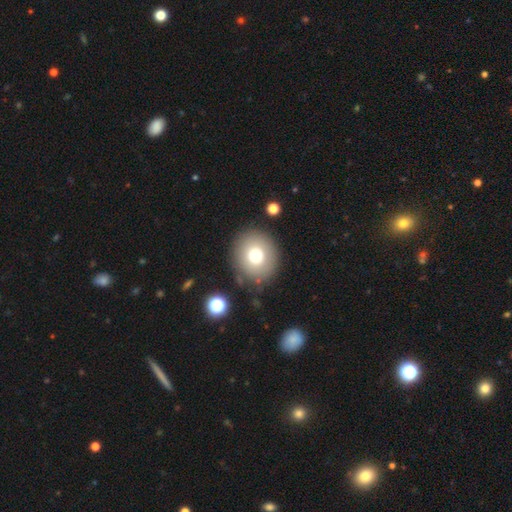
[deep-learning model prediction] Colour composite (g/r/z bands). It shows a smooth galaxy with no disk features (73%) that is round (83%). Merging: none (84%).